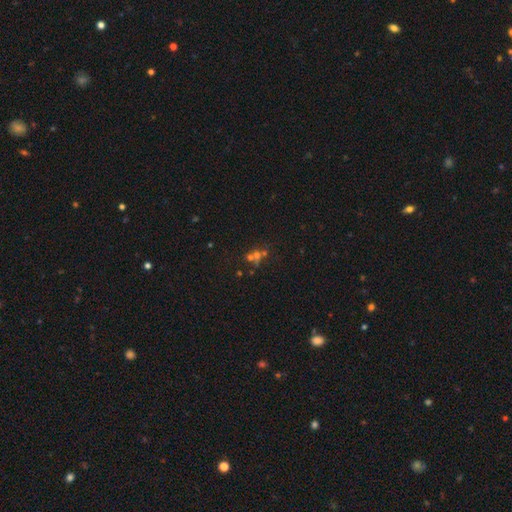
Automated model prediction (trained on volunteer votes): smooth_or_featured: smooth (p=0.42) [alt: star or artifact p=0.36]
merging: none (p=0.44) [alt: merger p=0.41]